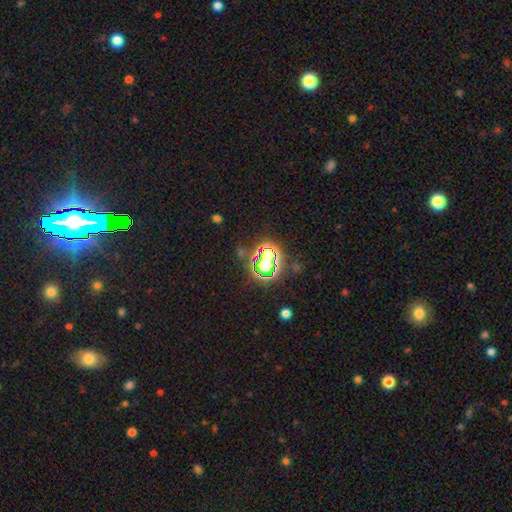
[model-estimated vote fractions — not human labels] smooth-or-featured: star or artifact: 75% | smooth: 17% | featured or disk: 8%